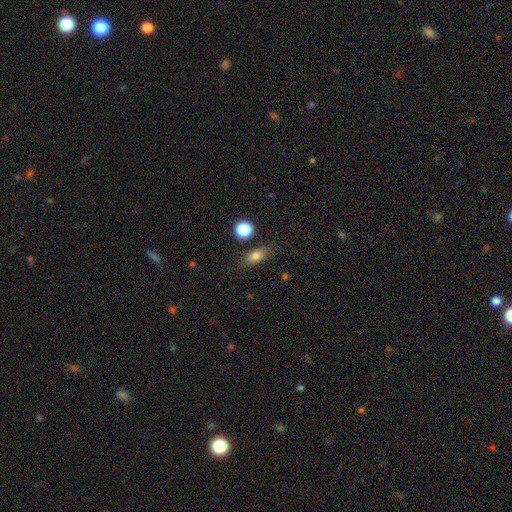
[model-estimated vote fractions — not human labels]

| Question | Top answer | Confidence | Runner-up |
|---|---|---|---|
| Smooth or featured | smooth | 77% | featured or disk (12%) |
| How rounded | in between | 71% | cigar-shaped (15%) |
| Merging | none | 79% | minor disturbance (13%) |